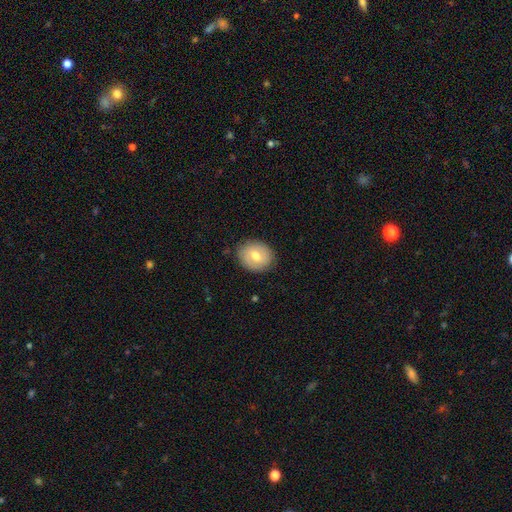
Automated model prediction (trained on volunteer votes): A smooth galaxy with no disk features (53%) that is round (61%).

Vote fractions:
- Smooth or featured? smooth: 53% / featured or disk: 41% / star or artifact: 7%
- How rounded? round: 61% / in between: 38% / cigar-shaped: 1%
- Merging? none: 83% / minor disturbance: 13% / major disturbance: 3% / merger: 1%